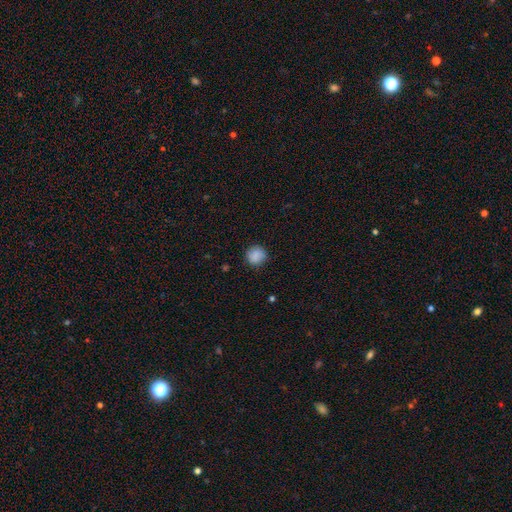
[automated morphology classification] Q: Smooth or featured?
A: smooth (87%); runner-up: star or artifact (9%)
Q: How rounded?
A: round (87%); runner-up: in between (12%)
Q: Merging?
A: none (83%); runner-up: minor disturbance (13%)